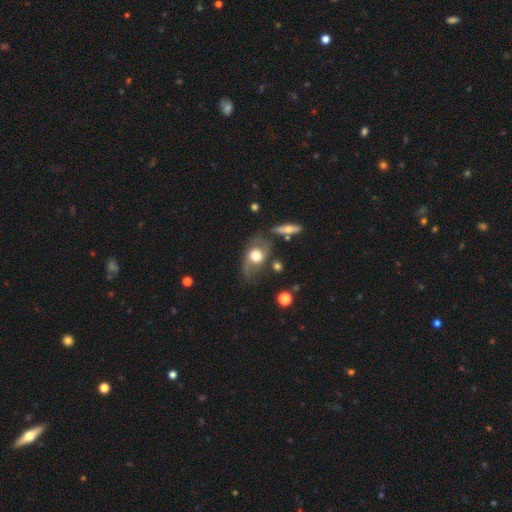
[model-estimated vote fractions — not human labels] A smooth galaxy with no disk features (47%). Merging: none (45%).